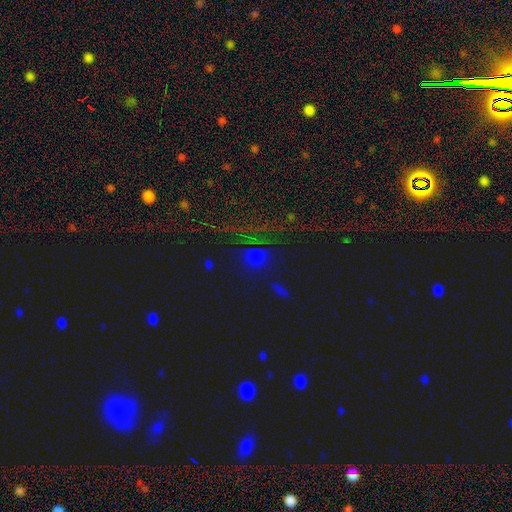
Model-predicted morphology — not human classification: This appears to be a smooth galaxy with no disk features (47%). Merging: none (82%).